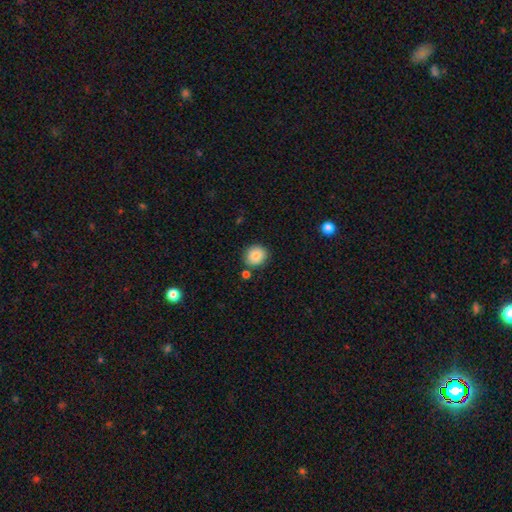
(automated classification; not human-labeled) A smooth galaxy with no disk features (87%) that is round (83%). Merging: none (82%).